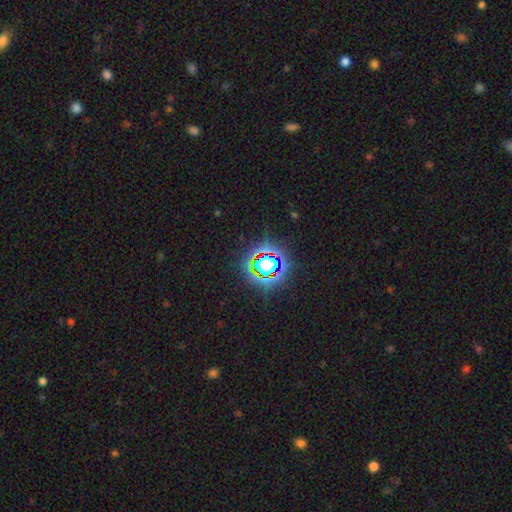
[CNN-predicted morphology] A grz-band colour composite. It shows a star or artifact, not a galaxy (77%).